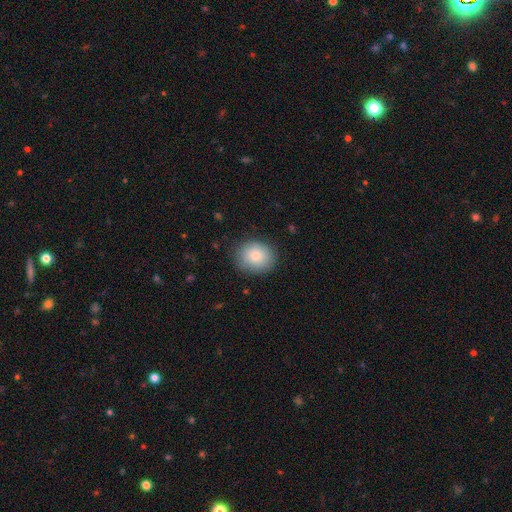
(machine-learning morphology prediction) Smooth or featured? smooth (84%)
How rounded? round (64%)
Merging? none (84%)